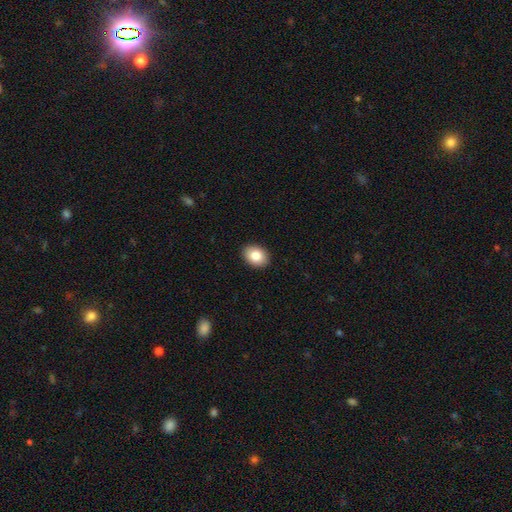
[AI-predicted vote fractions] smooth 85%, featured or disk 8%, star or artifact 7%. Down the decision tree: how rounded — in between (68%); merging — none (91%).